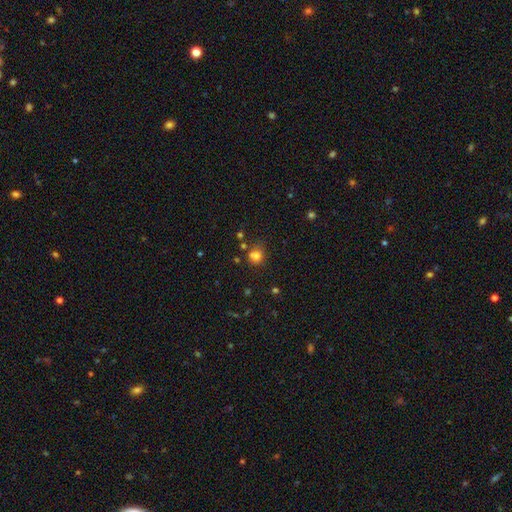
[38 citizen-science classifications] Smooth or featured? smooth (84%)
How rounded? round (78%)
Merging? none (49%)